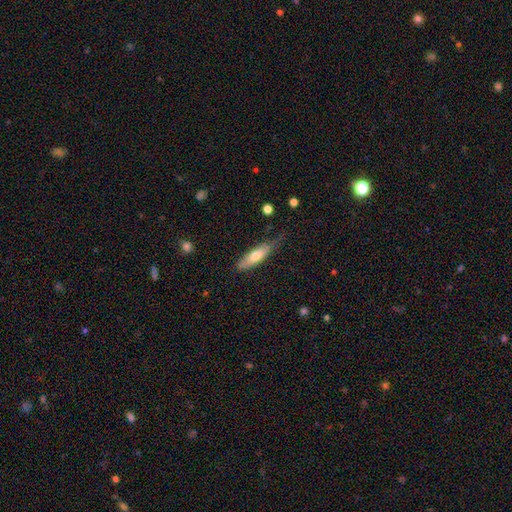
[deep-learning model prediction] Smooth or featured? smooth (65%)
How rounded? cigar-shaped (59%)
Merging? none (56%)